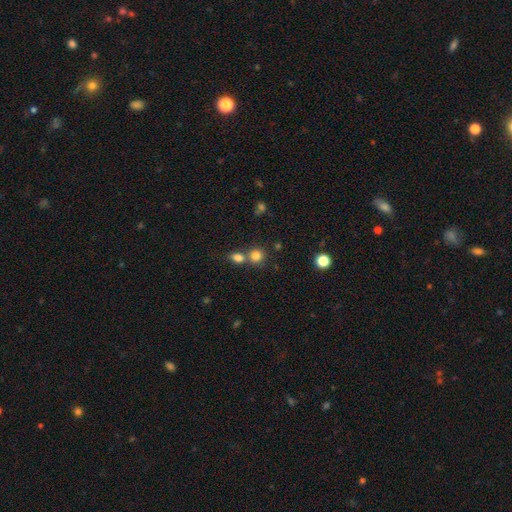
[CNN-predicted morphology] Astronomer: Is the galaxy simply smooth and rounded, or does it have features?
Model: smooth — 81%.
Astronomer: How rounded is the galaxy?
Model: round — 84%.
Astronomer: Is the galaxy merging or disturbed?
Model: none — 56% (runner-up: merger, 33%).